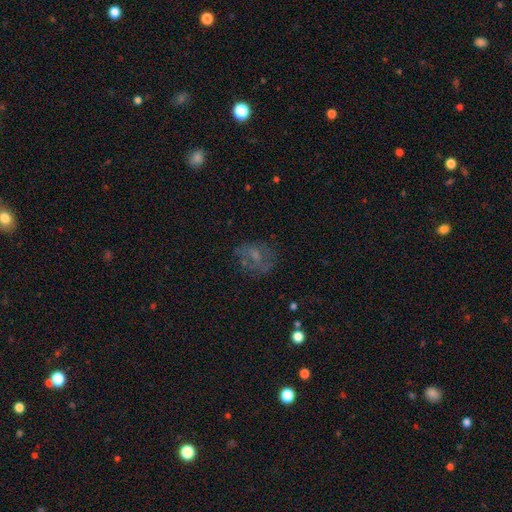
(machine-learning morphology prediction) Q: Smooth or featured?
A: featured or disk (41%); runner-up: smooth (39%)
Q: Merging?
A: none (57%); runner-up: major disturbance (20%)